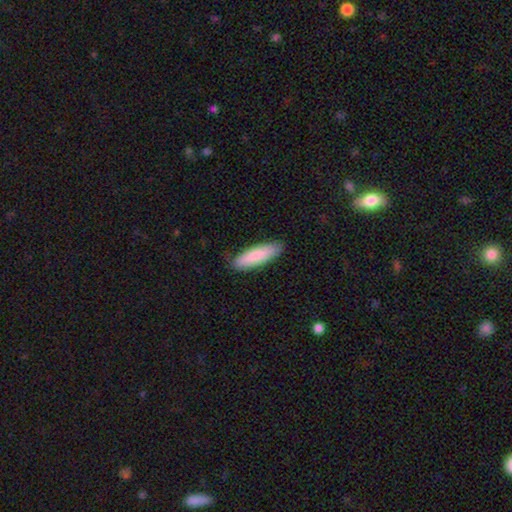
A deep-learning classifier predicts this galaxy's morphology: smooth-or-featured: smooth: 84% | featured or disk: 11% | star or artifact: 5%
  how-rounded: cigar-shaped: 58% | in between: 41% | round: 1%
  merging: none: 85% | minor disturbance: 12% | major disturbance: 2% | merger: 1%